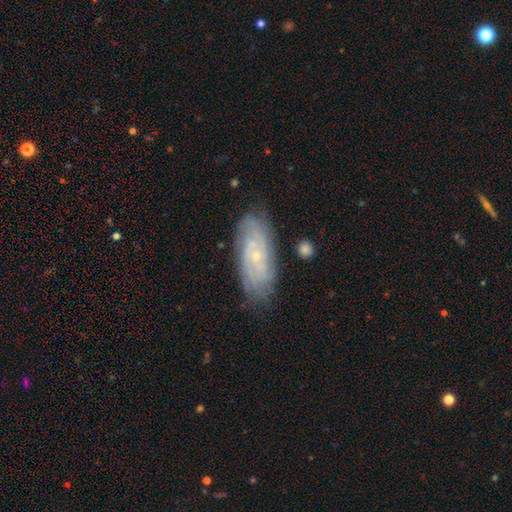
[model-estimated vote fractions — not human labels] Smooth or featured: featured or disk — 75% (smooth — 18%)
Edge-on disk: no — 91% (yes — 9%)
Bar: no — 74% (weak — 22%)
Spiral arms: yes — 90% (no — 10%)
Spiral winding: tight — 69% (medium — 24%)
Spiral arm count: can't tell — 47% (2 — 19%)
Bulge size: small — 83% (moderate — 13%)
Merging: none — 79% (minor disturbance — 15%)